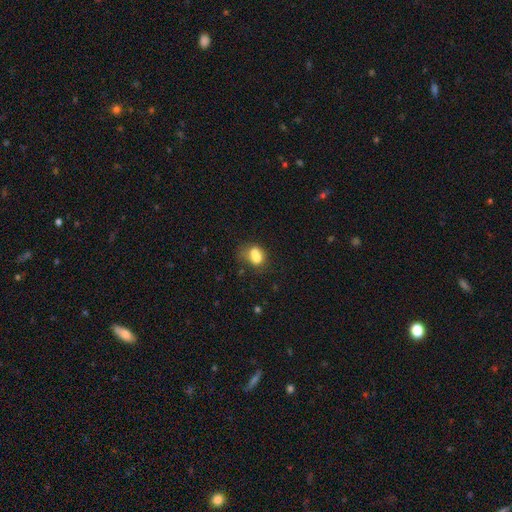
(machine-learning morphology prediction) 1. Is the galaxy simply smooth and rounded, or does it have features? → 70% smooth, 19% featured or disk, 11% star or artifact.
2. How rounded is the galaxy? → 63% in between, 34% round, 2% cigar-shaped.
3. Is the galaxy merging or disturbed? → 46% merger, 28% none, 15% minor disturbance, 10% major disturbance.